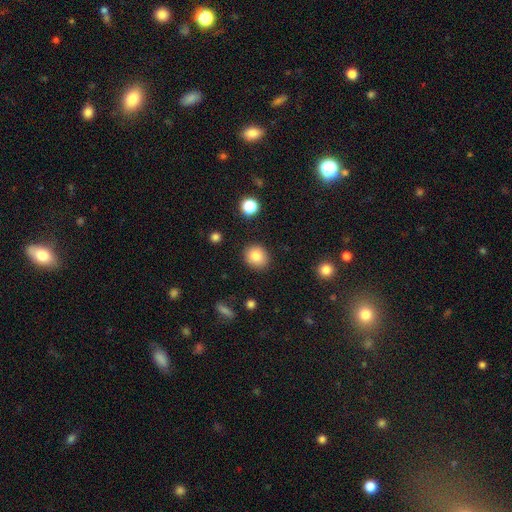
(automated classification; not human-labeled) Smooth or featured? Predicted: smooth (p=0.84). How rounded? Predicted: round (p=0.76). Merging? Predicted: none (p=0.87).